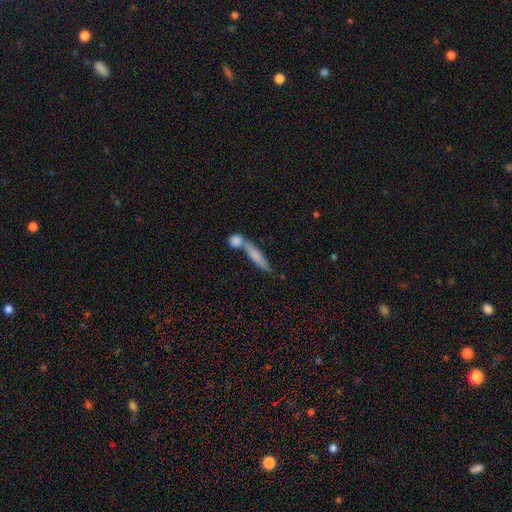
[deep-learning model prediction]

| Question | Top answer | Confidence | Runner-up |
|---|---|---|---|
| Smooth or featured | smooth | 66% | featured or disk (28%) |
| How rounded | cigar-shaped | 79% | in between (17%) |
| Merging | none | 45% | merger (39%) |